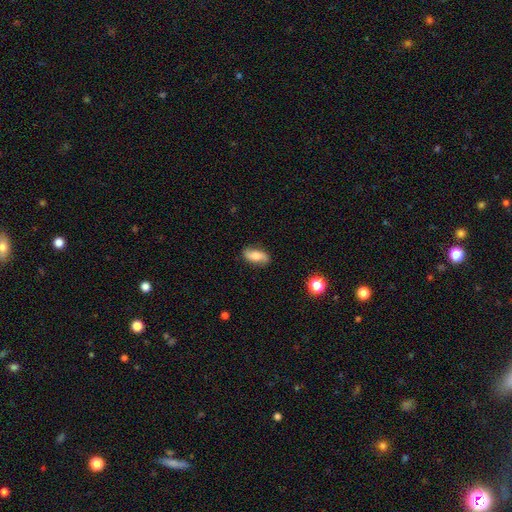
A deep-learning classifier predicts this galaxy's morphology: Smooth or featured?
  - featured or disk: 48% *
  - smooth: 44%
  - star or artifact: 8%
Merging?
  - none: 81% *
  - minor disturbance: 14%
  - major disturbance: 3%
  - merger: 1%